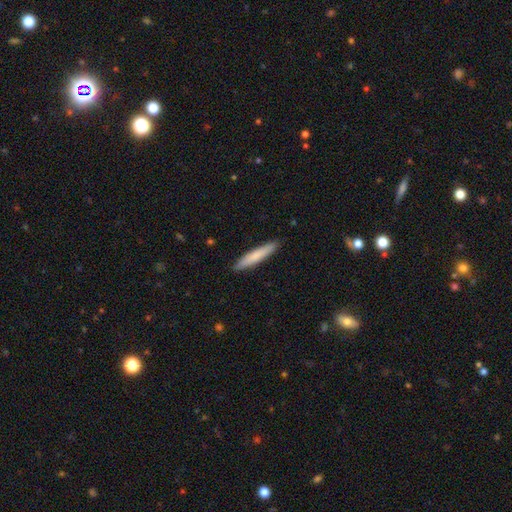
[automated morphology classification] The model was most divided on "smooth or featured": smooth: 77%, featured or disk: 17%, star or artifact: 5%. More confident: how rounded — cigar-shaped (93%); merging — none (91%).